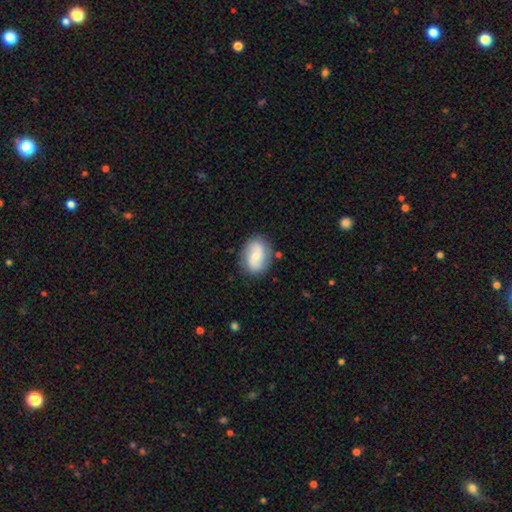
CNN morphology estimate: The model was most divided on "smooth or featured": smooth: 53%, featured or disk: 40%, star or artifact: 7%. More confident: merging — none (80%); how rounded — in between (75%).